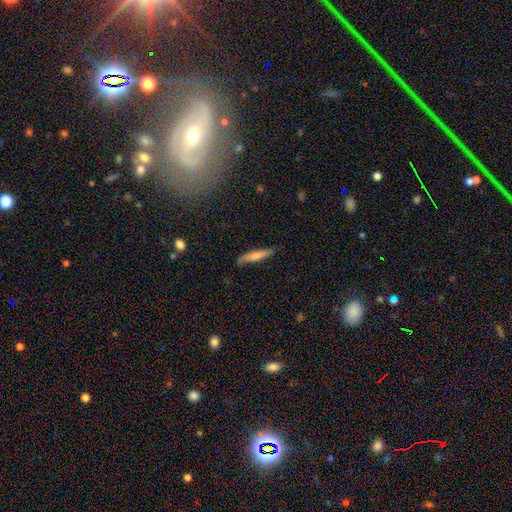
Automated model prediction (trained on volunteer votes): Smooth or featured? smooth (63%)
How rounded? cigar-shaped (91%)
Merging? none (83%)